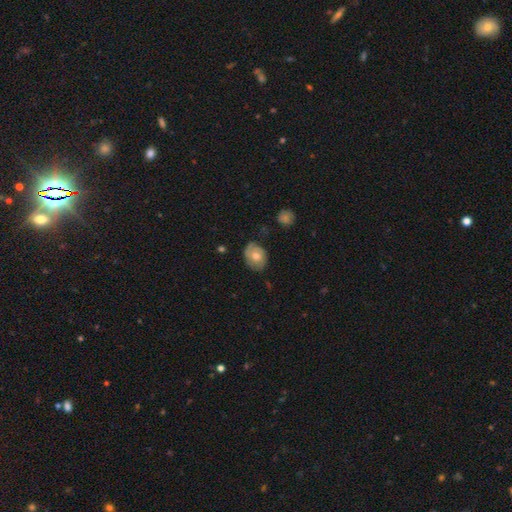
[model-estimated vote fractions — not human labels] Smooth or featured?
  - smooth: 50% *
  - featured or disk: 42%
  - star or artifact: 8%
Merging?
  - none: 67% *
  - minor disturbance: 25%
  - major disturbance: 6%
  - merger: 2%